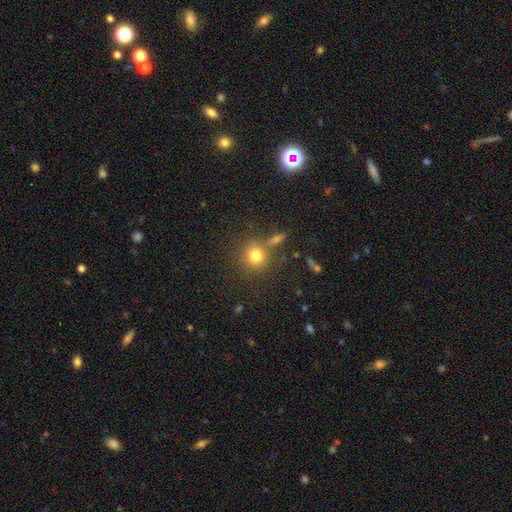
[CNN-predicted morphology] smooth-or-featured: smooth: 77% | star or artifact: 14% | featured or disk: 9%
  how-rounded: round: 90% | in between: 9% | cigar-shaped: 1%
  merging: none: 72% | merger: 13% | minor disturbance: 10% | major disturbance: 4%